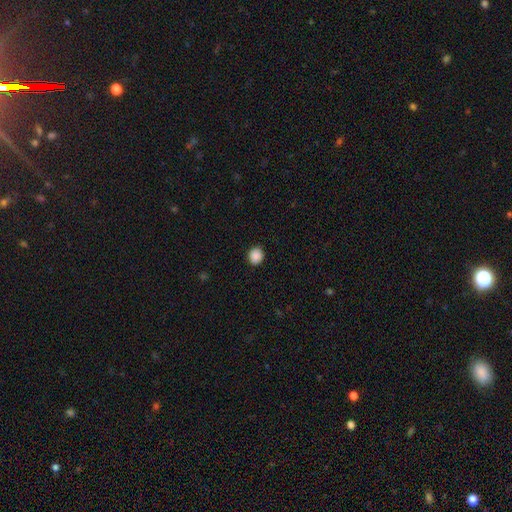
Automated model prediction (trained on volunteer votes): Smooth or featured? Predicted: smooth (p=0.89). How rounded? Predicted: round (p=0.82). Merging? Predicted: none (p=0.90).